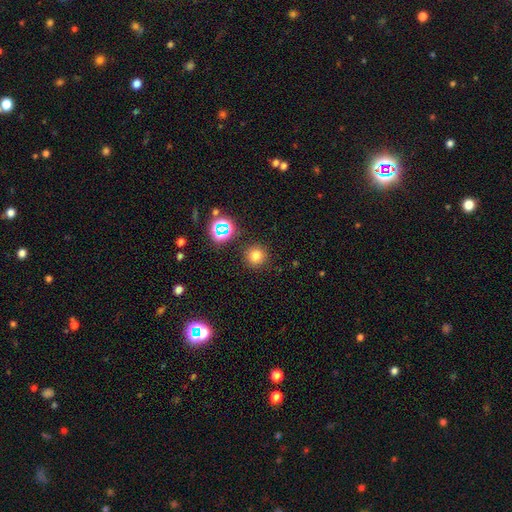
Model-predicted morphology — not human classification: smooth-or-featured: smooth: 75% | star or artifact: 19% | featured or disk: 6%
  how-rounded: round: 95% | in between: 4% | cigar-shaped: 1%
  merging: none: 89% | minor disturbance: 6% | major disturbance: 3% | merger: 2%